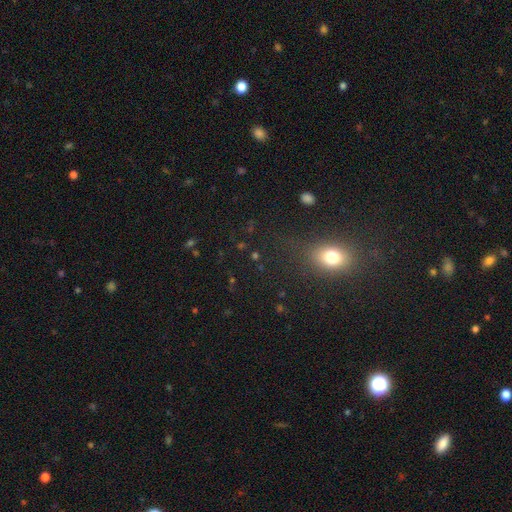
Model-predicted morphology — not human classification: Smooth or featured: smooth — 56% (star or artifact — 34%)
How rounded: round — 55% (in between — 41%)
Merging: none — 79% (minor disturbance — 12%)